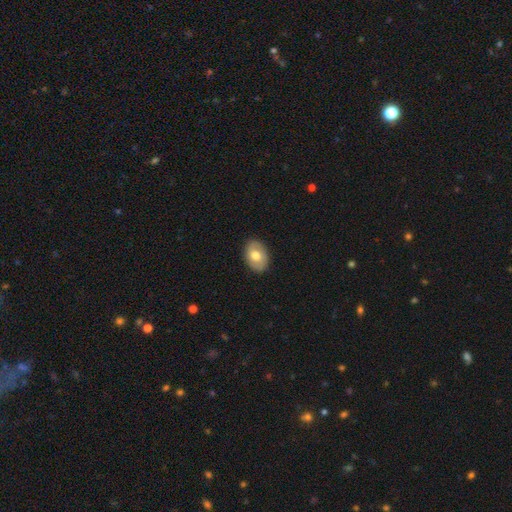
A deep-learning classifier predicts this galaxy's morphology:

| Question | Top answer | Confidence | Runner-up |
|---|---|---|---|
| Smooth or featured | smooth | 67% | featured or disk (26%) |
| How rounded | in between | 80% | round (19%) |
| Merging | none | 87% | minor disturbance (10%) |